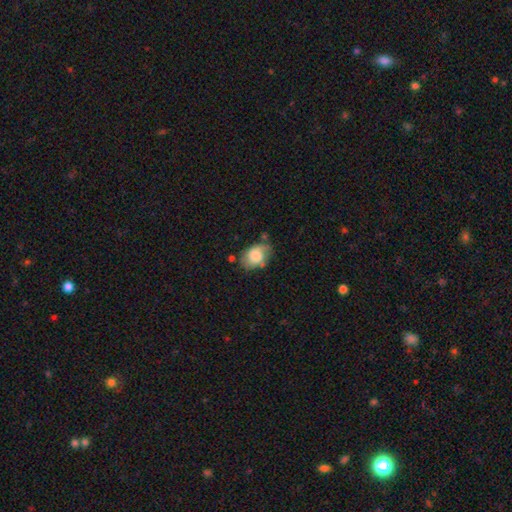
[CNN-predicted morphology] Overall: smooth (67%). How rounded: in between (81%). Merging: none (55%; minor disturbance 30%).